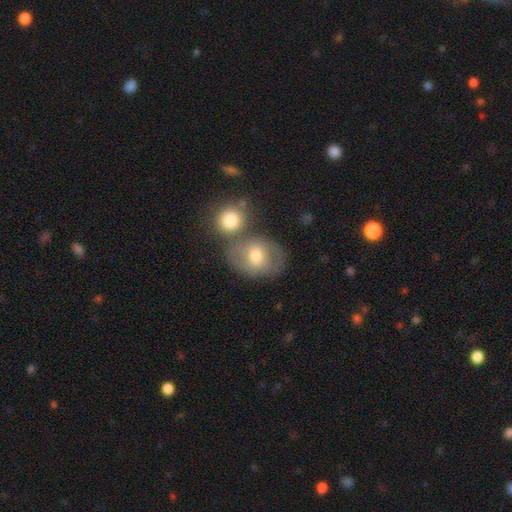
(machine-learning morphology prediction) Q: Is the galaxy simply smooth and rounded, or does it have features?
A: smooth — 61%.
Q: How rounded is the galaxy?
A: in between — 55%.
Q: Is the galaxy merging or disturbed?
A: none — 46%.